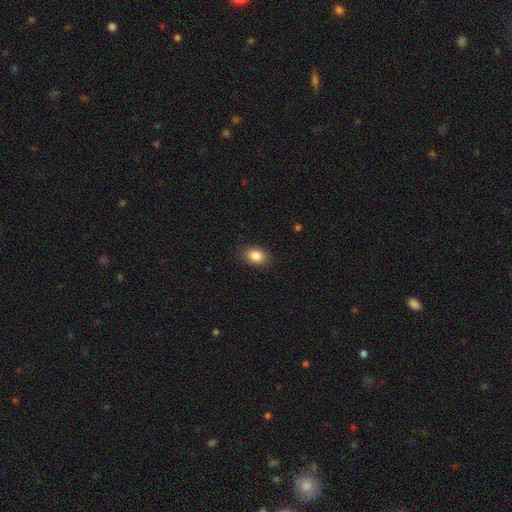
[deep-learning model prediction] smooth_or_featured: smooth (p=0.87) [alt: star or artifact p=0.08]
how_rounded: in between (p=0.80) [alt: round p=0.19]
merging: none (p=0.86) [alt: minor disturbance p=0.11]